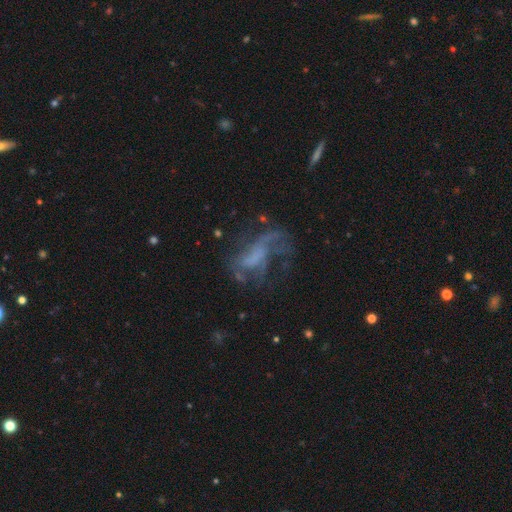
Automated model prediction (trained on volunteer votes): A featured or disk galaxy (67%) with no bar (61%), spiral arms (63%) and no central bulge (66%). Merging: major disturbance (41%).